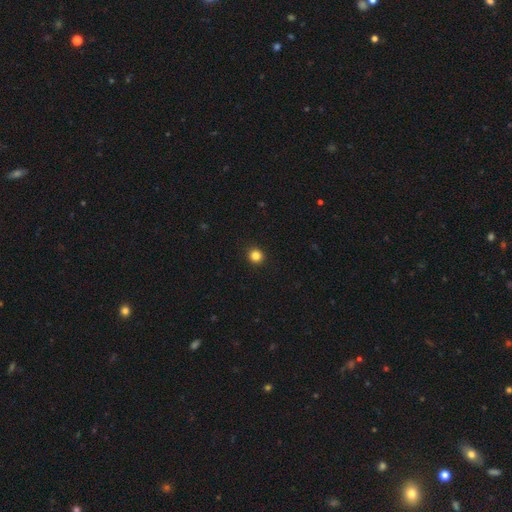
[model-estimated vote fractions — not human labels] The model was most divided on "smooth or featured": smooth: 84%, star or artifact: 12%, featured or disk: 4%. More confident: how rounded — round (94%); merging — none (94%).